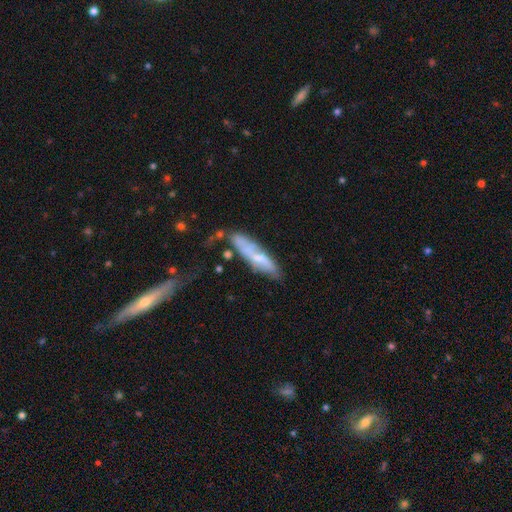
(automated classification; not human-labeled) smooth-or-featured: featured or disk: 50% | smooth: 42% | star or artifact: 8%
  disk-edge-on: no: 64% | yes: 36%
  merging: none: 46% | minor disturbance: 28% | major disturbance: 14% | merger: 12%